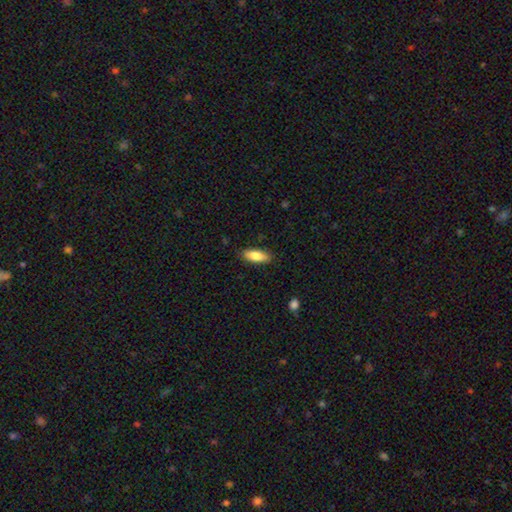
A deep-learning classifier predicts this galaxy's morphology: Smooth or featured? Predicted: smooth (p=0.82). How rounded? Predicted: in between (p=0.73). Merging? Predicted: none (p=0.86).